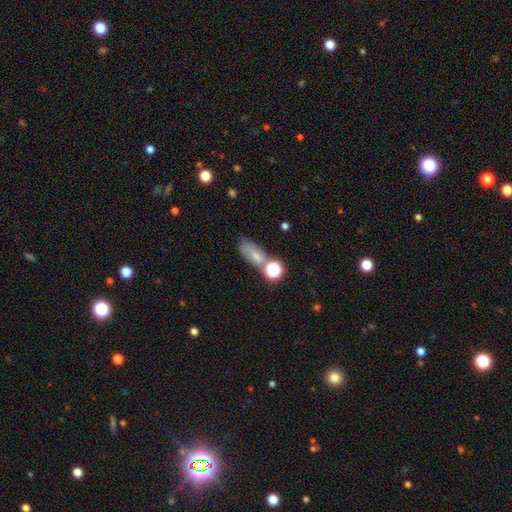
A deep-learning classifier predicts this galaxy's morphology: Smooth or featured? Predicted: smooth (p=0.66). How rounded? Predicted: in between (p=0.73). Merging? Predicted: none (p=0.44).